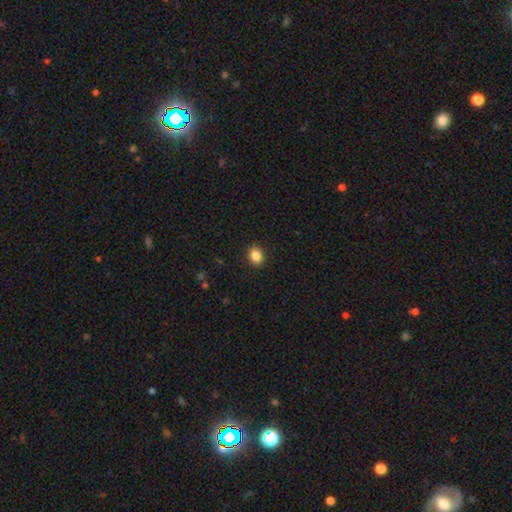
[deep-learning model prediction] The model was most divided on "how rounded": round: 57%, in between: 42%, cigar-shaped: 1%. More confident: merging — none (90%); smooth or featured — smooth (86%).